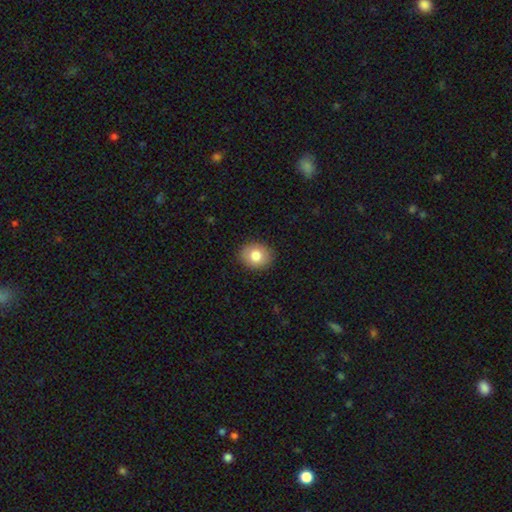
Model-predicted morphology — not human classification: smooth-or-featured: smooth: 81% | featured or disk: 11% | star or artifact: 8%
  how-rounded: round: 63% | in between: 36% | cigar-shaped: 1%
  merging: none: 89% | minor disturbance: 8% | major disturbance: 2% | merger: 1%